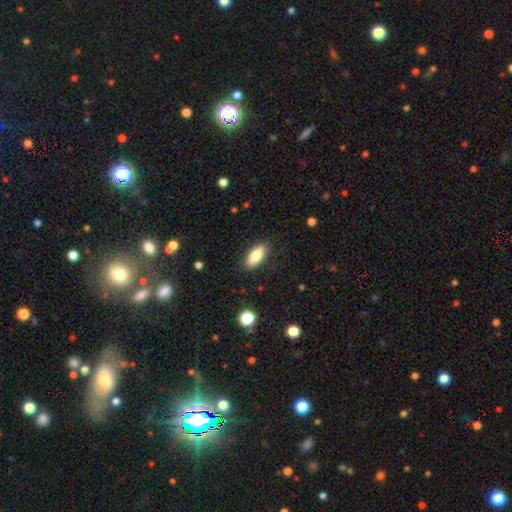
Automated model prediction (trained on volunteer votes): Smooth or featured: smooth — 82% (featured or disk — 11%)
How rounded: in between — 81% (cigar-shaped — 16%)
Merging: none — 87% (minor disturbance — 10%)